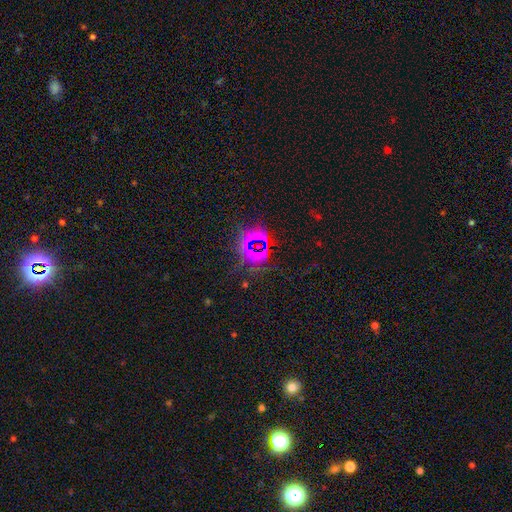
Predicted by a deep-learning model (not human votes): Q: Smooth or featured?
A: star or artifact (77%); runner-up: smooth (15%)